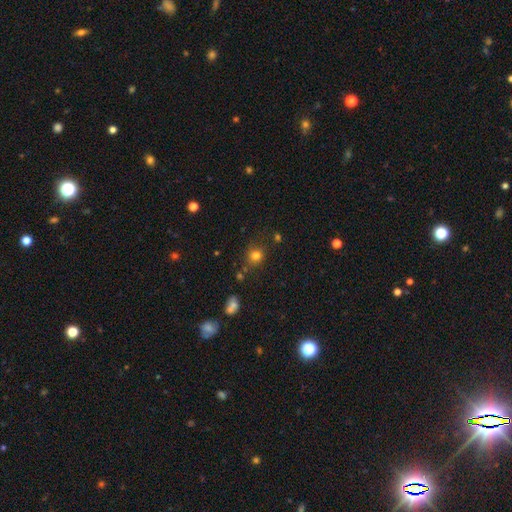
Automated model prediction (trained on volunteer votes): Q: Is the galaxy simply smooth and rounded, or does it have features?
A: smooth — 78%.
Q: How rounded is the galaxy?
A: round — 84%.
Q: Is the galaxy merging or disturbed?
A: none — 77%.